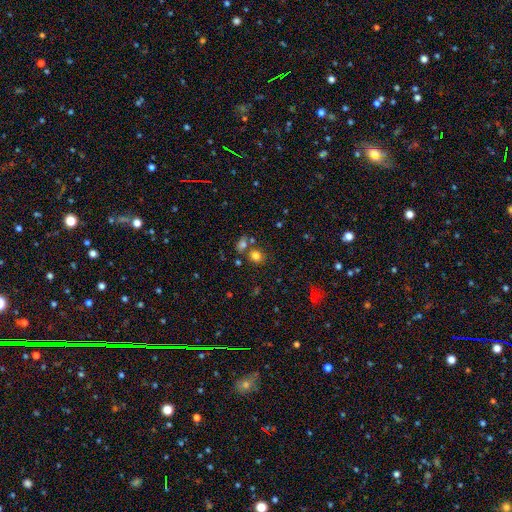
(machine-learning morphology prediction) Overall: smooth (78%). How rounded: round (76%). Merging: none (67%).